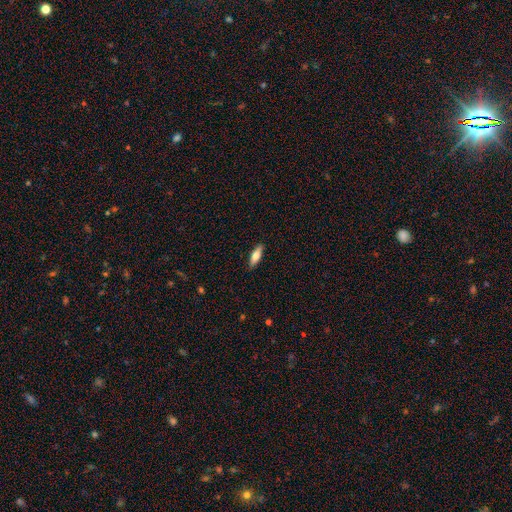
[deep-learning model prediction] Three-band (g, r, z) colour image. It shows a smooth galaxy with no disk features (65%) that is cigar-shaped (49%, tied with in between). Merging: none (90%).